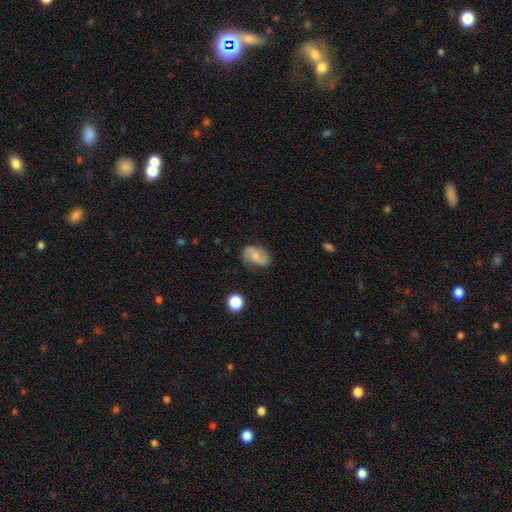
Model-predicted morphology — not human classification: smooth_or_featured: featured or disk (p=0.70) [alt: smooth p=0.23]
disk_edge_on: no (p=0.98) [alt: yes p=0.02]
bar: weak (p=0.44) [tied with: no p=0.44]
has_spiral_arms: yes (p=0.94) [alt: no p=0.06]
spiral_winding: loose (p=0.45) [alt: medium p=0.40]
spiral_arm_count: 2 (p=0.87) [alt: 1 p=0.06]
bulge_size: small (p=0.48) [alt: moderate p=0.32]
merging: none (p=0.71) [alt: minor disturbance p=0.20]